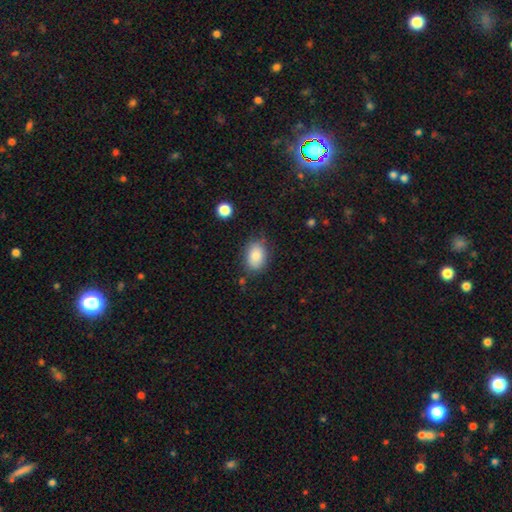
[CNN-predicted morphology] Smooth or featured? smooth (85%)
How rounded? in between (81%)
Merging? none (77%)